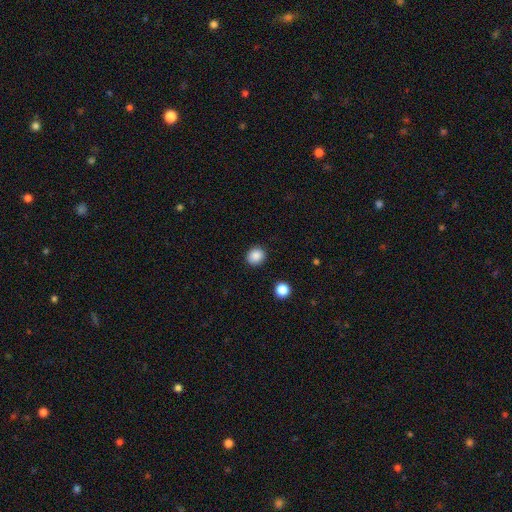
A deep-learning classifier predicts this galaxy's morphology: A smooth galaxy with no disk features (87%) that is round (81%).

Vote fractions:
- Smooth or featured? smooth: 87% / star or artifact: 10% / featured or disk: 3%
- How rounded? round: 81% / in between: 18% / cigar-shaped: 1%
- Merging? none: 90% / minor disturbance: 6% / major disturbance: 2% / merger: 1%